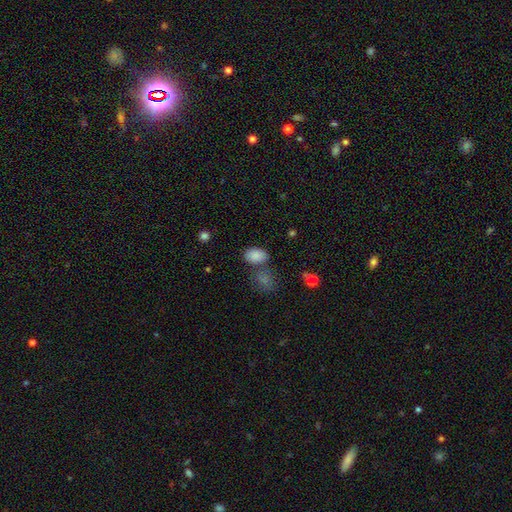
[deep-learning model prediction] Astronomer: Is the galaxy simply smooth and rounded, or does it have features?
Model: smooth — 85%.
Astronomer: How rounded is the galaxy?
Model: in between — 87%.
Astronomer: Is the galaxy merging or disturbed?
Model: none — 65%.